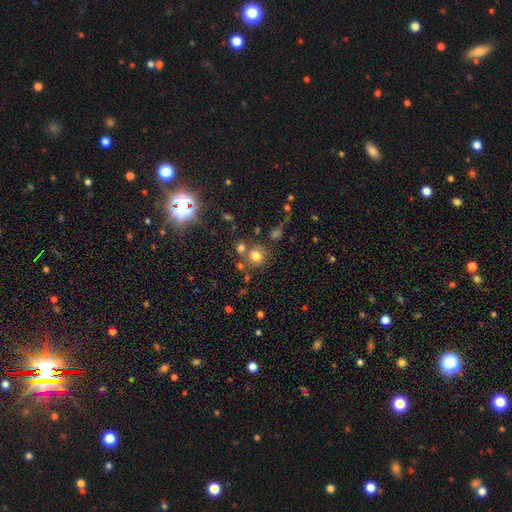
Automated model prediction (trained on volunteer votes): A smooth galaxy with no disk features (72%) that is round (82%).

Vote fractions:
- Smooth or featured? smooth: 72% / star or artifact: 17% / featured or disk: 10%
- How rounded? round: 82% / in between: 17% / cigar-shaped: 1%
- Merging? none: 65% / merger: 18% / minor disturbance: 12% / major disturbance: 6%